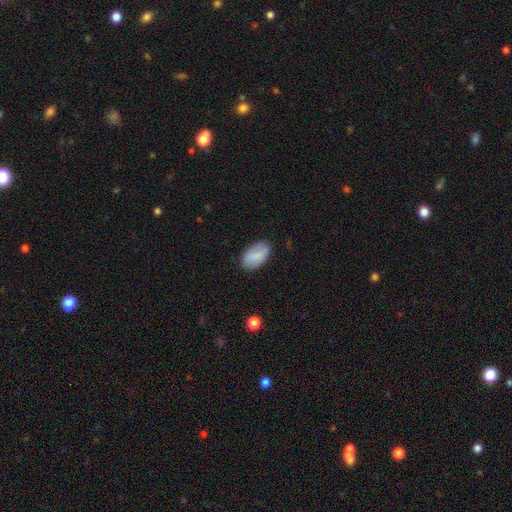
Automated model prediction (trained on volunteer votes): This appears to be a smooth galaxy with no disk features (81%) that is in between round and cigar-shaped (94%). Merging: none (78%).